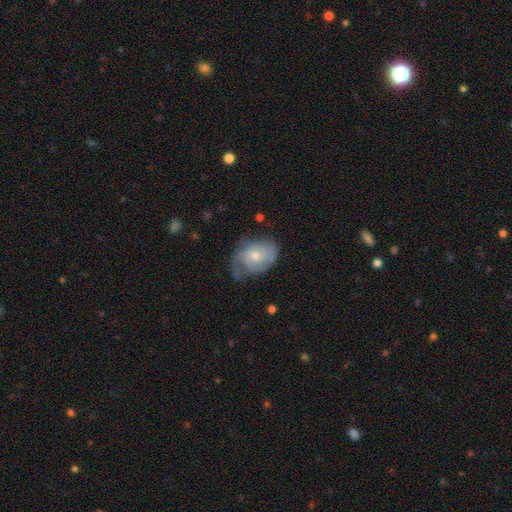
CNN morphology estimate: featured or disk 58%, smooth 36%, star or artifact 6%. Down the decision tree: edge-on disk — no (96%); bar — no (76%); spiral arms — yes (81%); bulge size — moderate (55%); merging — none (47%).